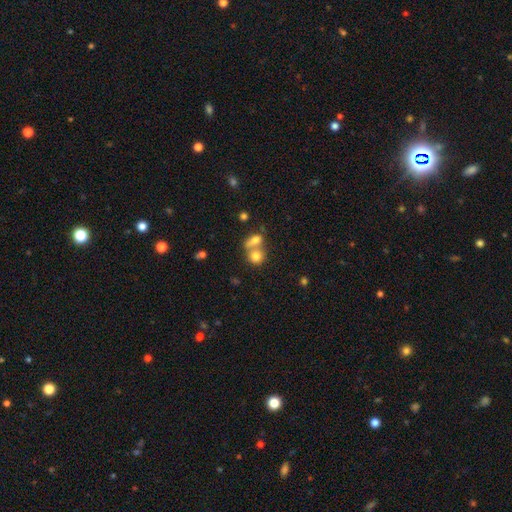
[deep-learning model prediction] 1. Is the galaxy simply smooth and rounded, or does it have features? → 77% smooth, 13% featured or disk, 11% star or artifact.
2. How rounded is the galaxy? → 74% round, 25% in between, 1% cigar-shaped.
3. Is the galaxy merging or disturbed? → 57% merger, 32% none, 7% minor disturbance, 4% major disturbance.